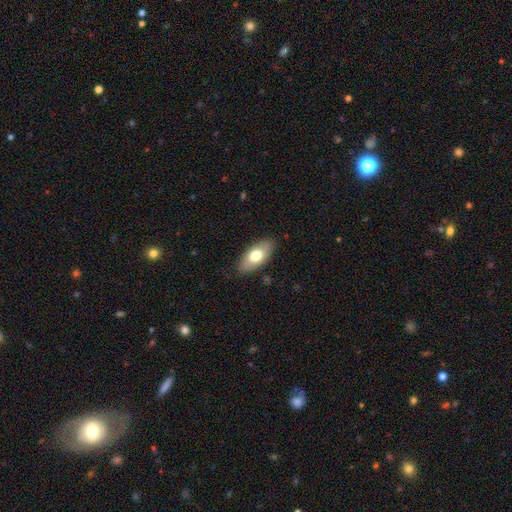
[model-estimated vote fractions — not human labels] Overall: smooth (67%). How rounded: in between (90%). Merging: none (84%).